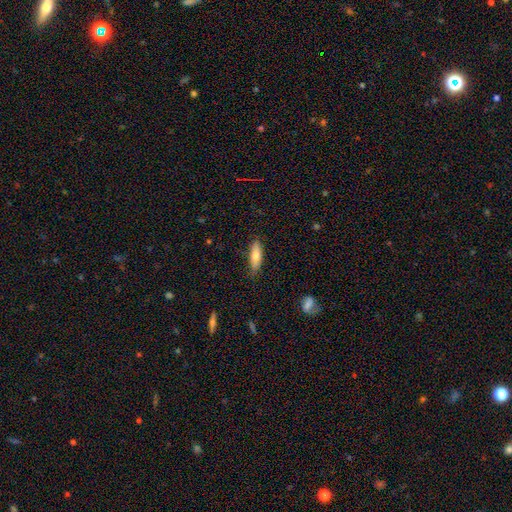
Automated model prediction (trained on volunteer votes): smooth_or_featured: smooth (p=0.73) [alt: featured or disk p=0.20]
how_rounded: in between (p=0.52) [alt: cigar-shaped p=0.46]
merging: none (p=0.77) [alt: minor disturbance p=0.19]